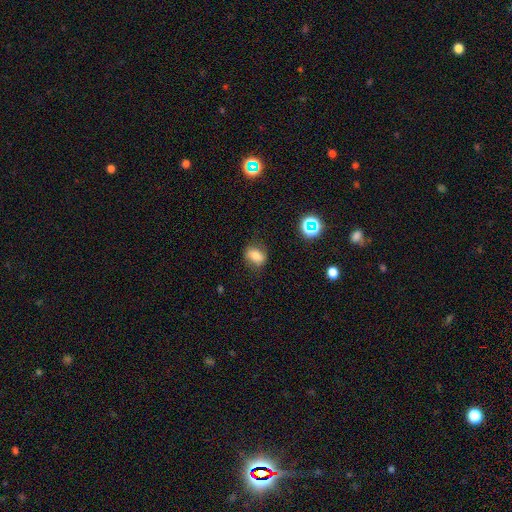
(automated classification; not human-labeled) This is likely a smooth galaxy (73%). How rounded: likely in between (63%). Merging: likely none (77%).